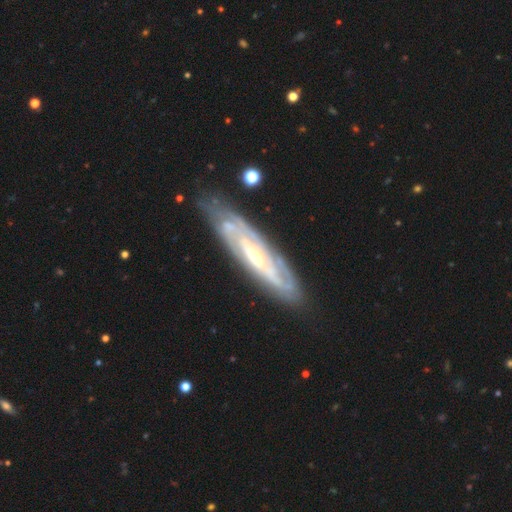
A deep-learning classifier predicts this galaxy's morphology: smooth-or-featured: featured or disk: 82% | smooth: 12% | star or artifact: 6%
  disk-edge-on: no: 73% | yes: 27%
    bar: no: 55% | weak: 31% | strong: 14%
    has-spiral-arms: yes: 89% | no: 11%
      spiral-winding: tight: 69% | medium: 25% | loose: 6%
      spiral-arm-count: can't tell: 54% | 2: 24% | 3: 10% | 4: 6% | more than 4: 4% | 1: 3%
    bulge-size: small: 63% | moderate: 32% | large: 2% | none: 2% | dominant: 1%
  merging: none: 76% | minor disturbance: 17% | major disturbance: 4% | merger: 2%